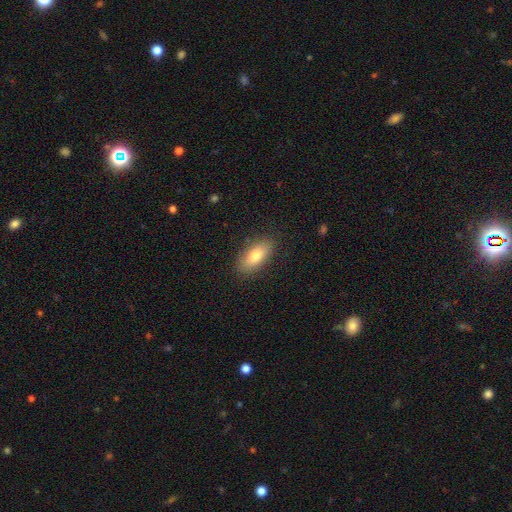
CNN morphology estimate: This is likely a smooth galaxy (78%). How rounded: clearly in between (85%). Merging: clearly none (86%).